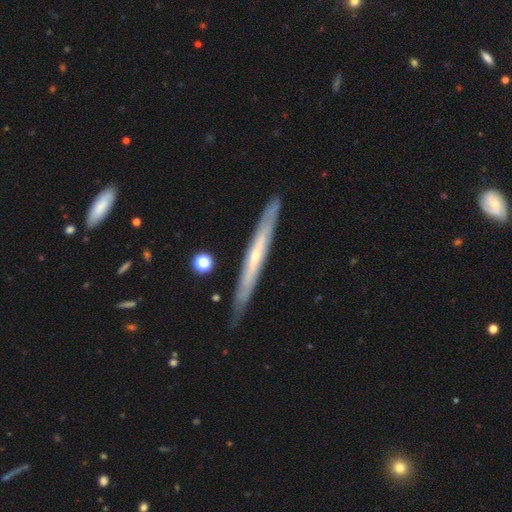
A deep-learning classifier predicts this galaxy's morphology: Smooth or featured? Predicted: featured or disk (p=0.69). Edge-on disk? Predicted: yes (p=0.90). Edge-on bulge? Predicted: none (p=0.50). Merging? Predicted: none (p=0.85).